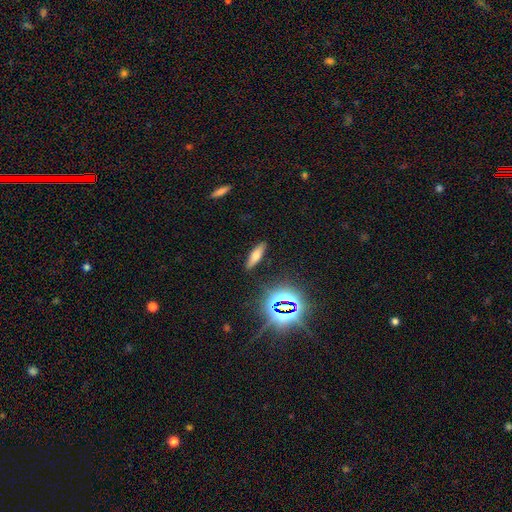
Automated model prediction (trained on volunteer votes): Smooth or featured?
  - smooth: 60% *
  - featured or disk: 22%
  - star or artifact: 17%
How rounded?
  - cigar-shaped: 56% *
  - in between: 40%
  - round: 4%
Merging?
  - none: 88% *
  - minor disturbance: 8%
  - major disturbance: 2%
  - merger: 2%